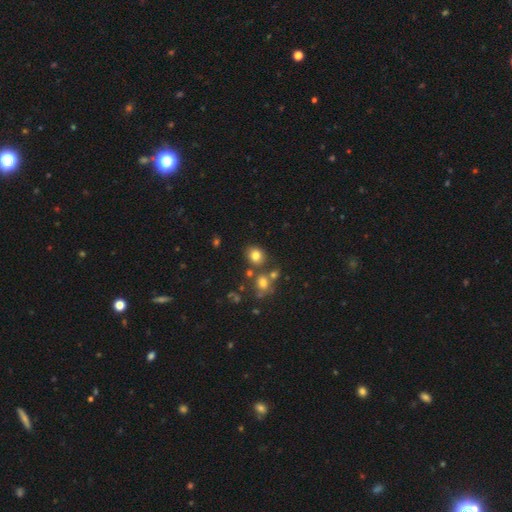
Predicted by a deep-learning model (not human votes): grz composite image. It shows a smooth galaxy with no disk features (78%) that is round (66%). Merging: none (71%).